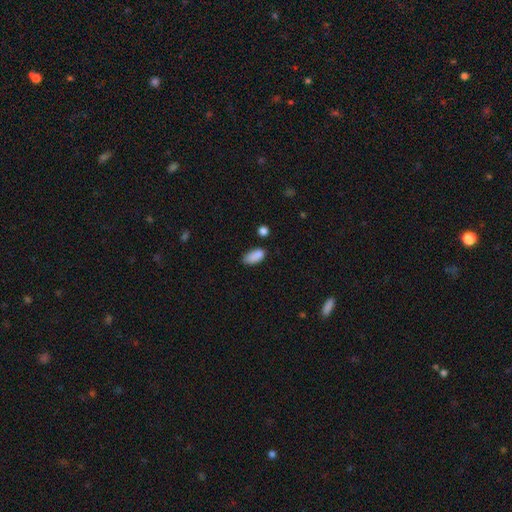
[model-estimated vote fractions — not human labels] smooth_or_featured: smooth (p=0.87) [alt: star or artifact p=0.08]
how_rounded: in between (p=0.90) [alt: cigar-shaped p=0.06]
merging: none (p=0.61) [alt: minor disturbance p=0.27]